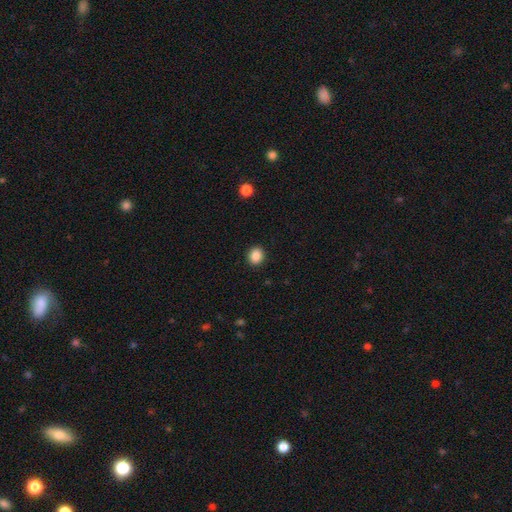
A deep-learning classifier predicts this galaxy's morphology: Smooth or featured: smooth — 88% (star or artifact — 9%)
How rounded: round — 74% (in between — 26%)
Merging: none — 92% (minor disturbance — 5%)